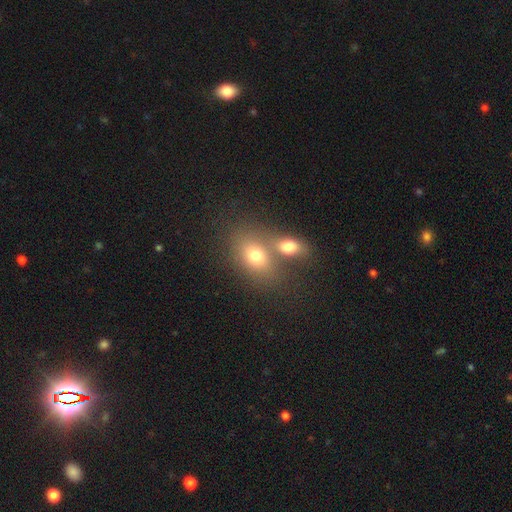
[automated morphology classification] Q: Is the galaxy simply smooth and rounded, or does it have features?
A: smooth — 74%.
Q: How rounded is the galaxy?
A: in between — 70%.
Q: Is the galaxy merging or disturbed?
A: merger — 47%.